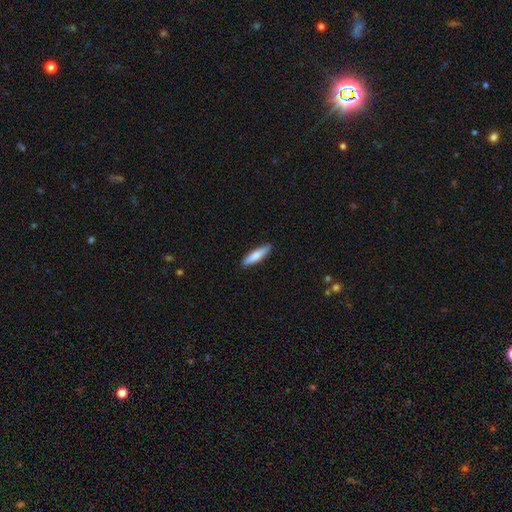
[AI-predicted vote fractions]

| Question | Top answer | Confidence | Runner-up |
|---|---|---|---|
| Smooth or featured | smooth | 76% | featured or disk (19%) |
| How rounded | cigar-shaped | 80% | in between (18%) |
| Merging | none | 88% | minor disturbance (9%) |